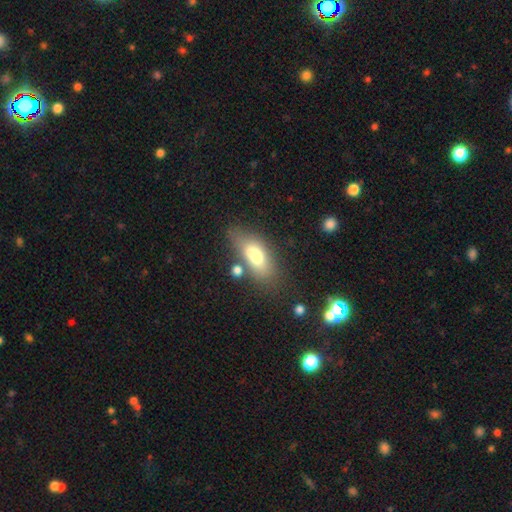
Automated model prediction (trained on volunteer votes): A smooth galaxy with no disk features (69%) that is in between round and cigar-shaped (79%). Merging: none (57%).